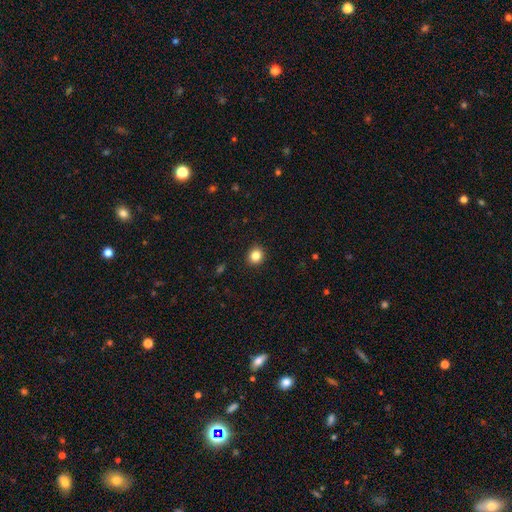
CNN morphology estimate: This is clearly a smooth galaxy (85%). How rounded: clearly round (85%). Merging: clearly none (92%).